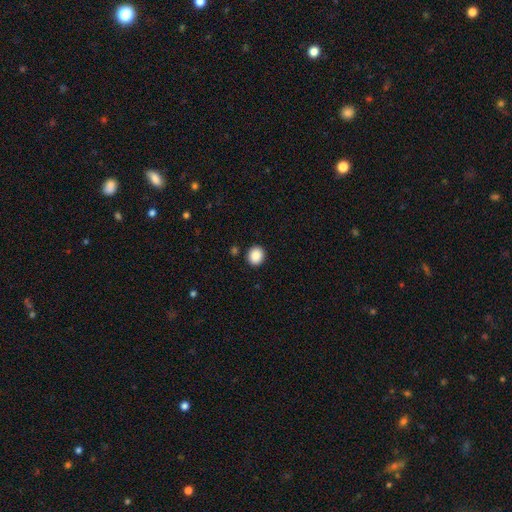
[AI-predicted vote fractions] Smooth or featured? Predicted: smooth (p=0.88). How rounded? Predicted: round (p=0.81). Merging? Predicted: none (p=0.90).